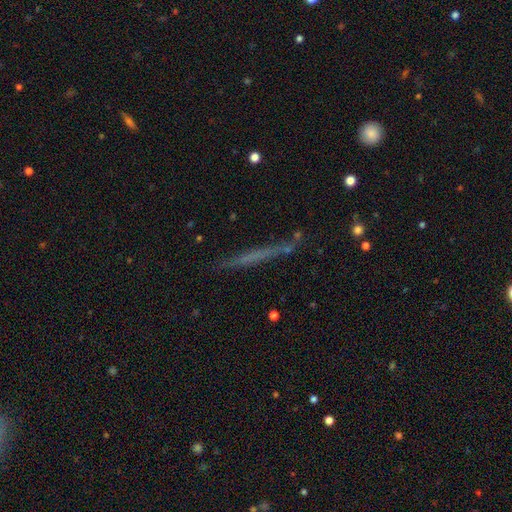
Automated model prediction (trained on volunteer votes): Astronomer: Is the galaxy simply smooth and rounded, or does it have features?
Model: featured or disk — 47% (runner-up: smooth, 42%).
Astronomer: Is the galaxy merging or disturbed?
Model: none — 82%.